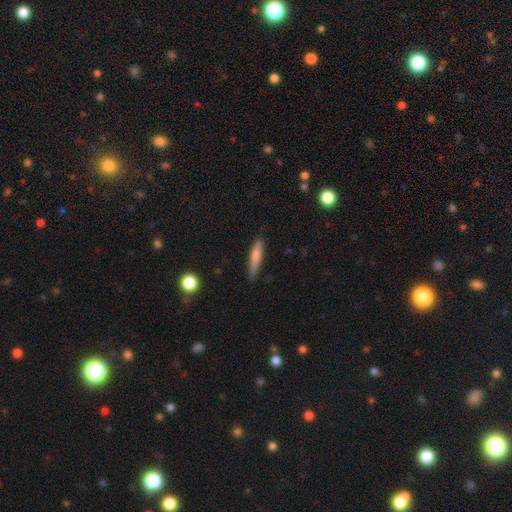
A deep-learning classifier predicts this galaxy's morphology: Smooth or featured? Predicted: smooth (p=0.73). How rounded? Predicted: cigar-shaped (p=0.88). Merging? Predicted: none (p=0.80).